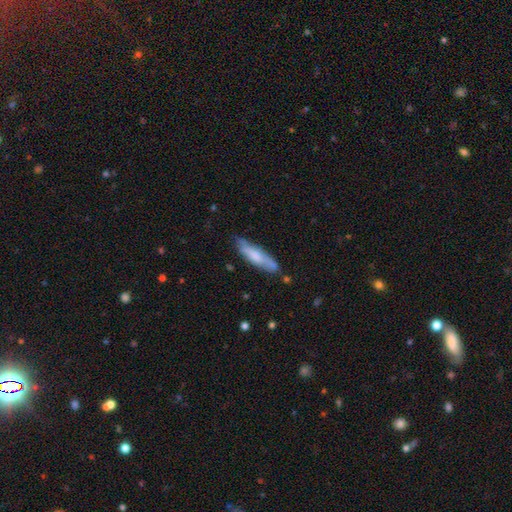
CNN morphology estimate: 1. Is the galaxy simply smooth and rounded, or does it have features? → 61% smooth, 33% featured or disk, 6% star or artifact.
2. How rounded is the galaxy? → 76% cigar-shaped, 22% in between, 1% round.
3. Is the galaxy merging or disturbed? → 74% none, 19% minor disturbance, 4% major disturbance, 3% merger.